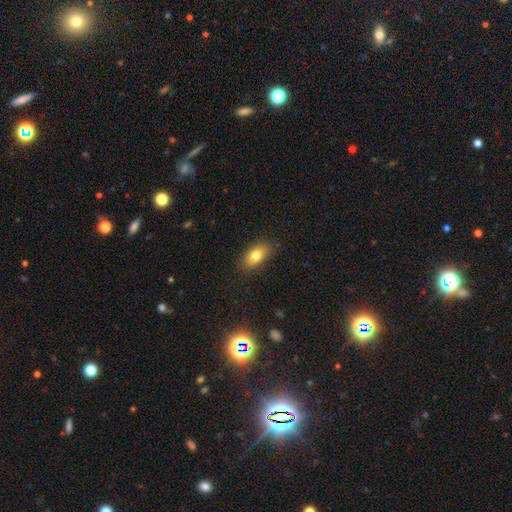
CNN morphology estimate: Smooth or featured? Predicted: smooth (p=0.79). How rounded? Predicted: in between (p=0.88). Merging? Predicted: none (p=0.86).